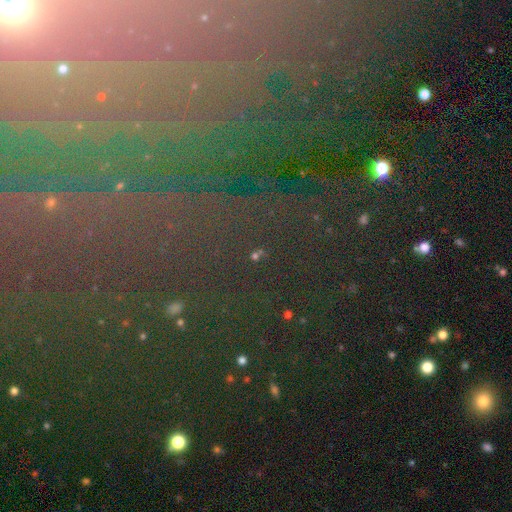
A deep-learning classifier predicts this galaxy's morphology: This is likely a star or artifact rather than a galaxy (71%).